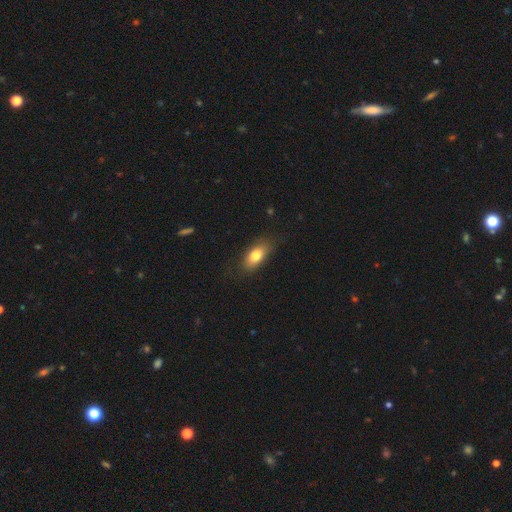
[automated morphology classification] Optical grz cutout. It shows a smooth galaxy with no disk features (76%) that is in between round and cigar-shaped (84%). Merging: none (79%).